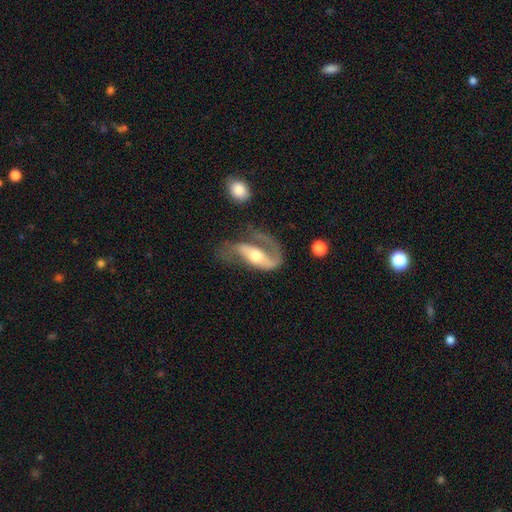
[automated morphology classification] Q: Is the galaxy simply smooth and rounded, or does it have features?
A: featured or disk — 77%.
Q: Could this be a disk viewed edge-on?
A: no — 91%.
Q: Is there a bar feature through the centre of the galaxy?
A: no — 35%.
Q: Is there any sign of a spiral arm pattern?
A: yes — 87%.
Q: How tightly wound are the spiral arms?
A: loose — 51%.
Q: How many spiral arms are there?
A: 2 — 60%.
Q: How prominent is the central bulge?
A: moderate — 68%.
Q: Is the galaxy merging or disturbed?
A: major disturbance — 40%.